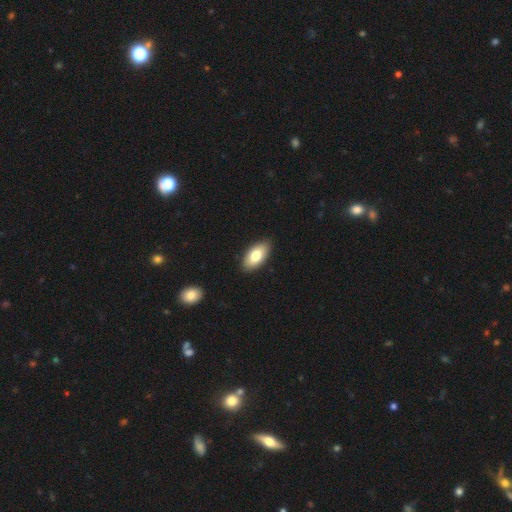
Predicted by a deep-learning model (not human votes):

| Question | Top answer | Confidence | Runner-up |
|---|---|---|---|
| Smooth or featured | smooth | 80% | featured or disk (14%) |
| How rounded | in between | 92% | cigar-shaped (5%) |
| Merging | none | 89% | minor disturbance (9%) |